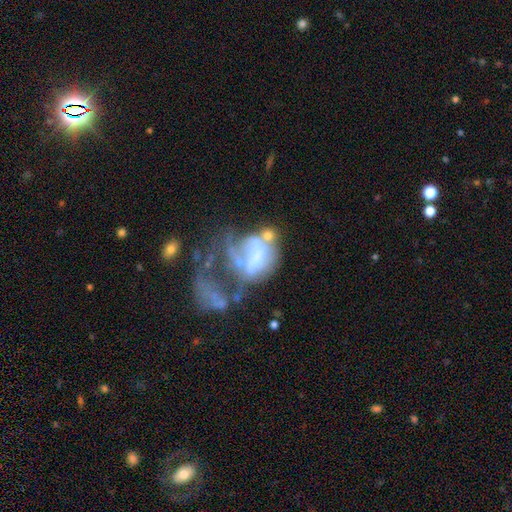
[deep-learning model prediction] Smooth or featured: featured or disk — 59% (smooth — 27%)
Edge-on disk: no — 97% (yes — 3%)
Bar: no — 71% (weak — 17%)
Spiral arms: no — 82% (yes — 18%)
Bulge size: none — 50% (small — 23%)
Merging: major disturbance — 41% (merger — 37%)